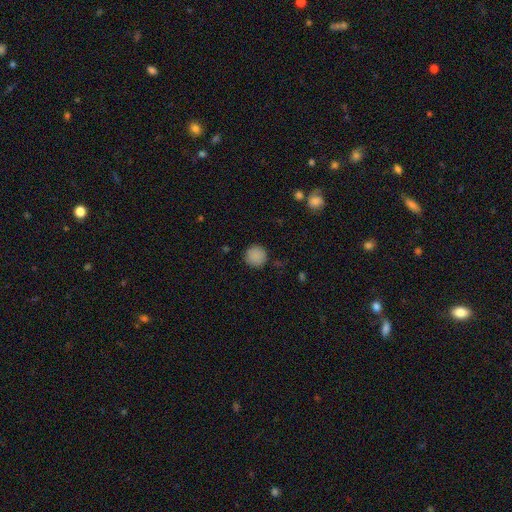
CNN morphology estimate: smooth-or-featured: smooth: 87% | star or artifact: 9% | featured or disk: 3%
  how-rounded: round: 95% | in between: 4% | cigar-shaped: 1%
  merging: none: 89% | minor disturbance: 7% | major disturbance: 2% | merger: 1%